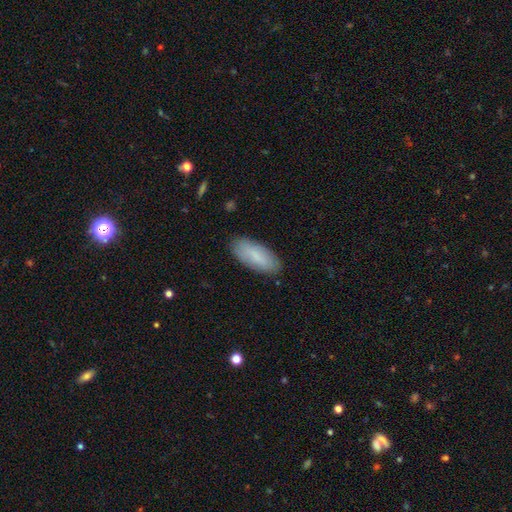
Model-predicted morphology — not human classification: Smooth or featured: smooth — 83% (featured or disk — 11%)
How rounded: in between — 79% (cigar-shaped — 19%)
Merging: none — 86% (minor disturbance — 10%)